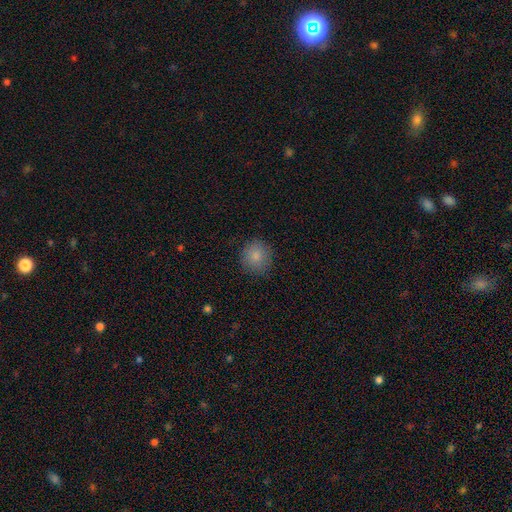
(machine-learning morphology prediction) This appears to be a smooth galaxy with no disk features (85%) that is round (90%). Merging: none (84%).